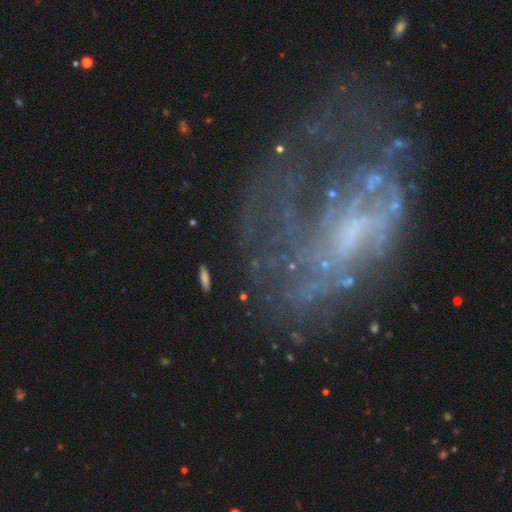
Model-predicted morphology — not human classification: This is likely a featured or disk galaxy (72%). It is clearly not viewed edge-on (96%). Bar: likely no (60%). Spiral arm pattern: possibly yes (53%). Central bulge: possibly none (45%). Merging: marginally major disturbance (44%).